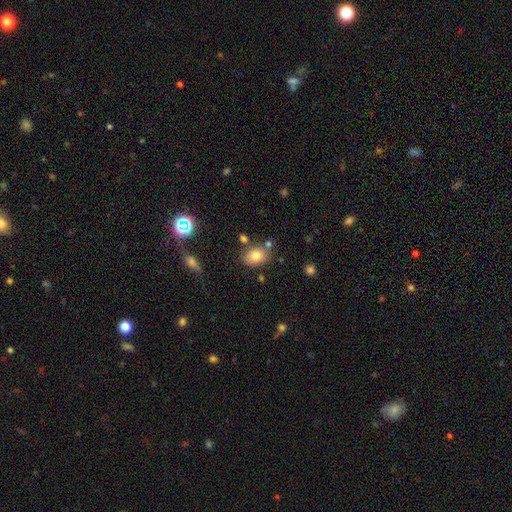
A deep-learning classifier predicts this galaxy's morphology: type=smooth (80%); roundness=in between (69%); merging=none (73%).